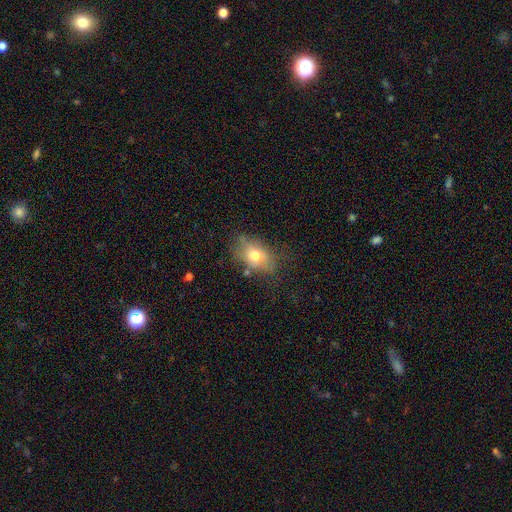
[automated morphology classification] Smooth or featured? Predicted: smooth (p=0.69). How rounded? Predicted: in between (p=0.77). Merging? Predicted: none (p=0.63).